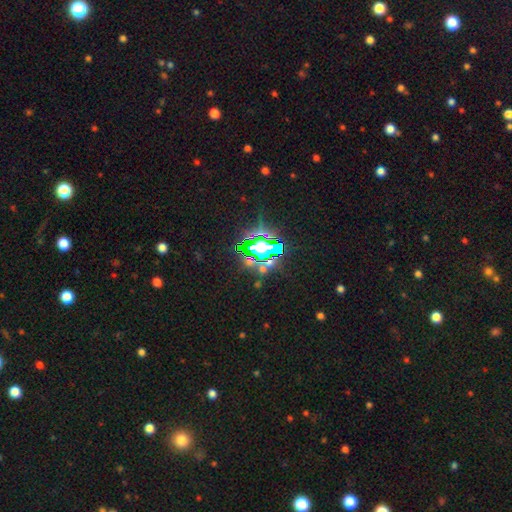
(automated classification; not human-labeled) Morphology: type=star or artifact (79%).